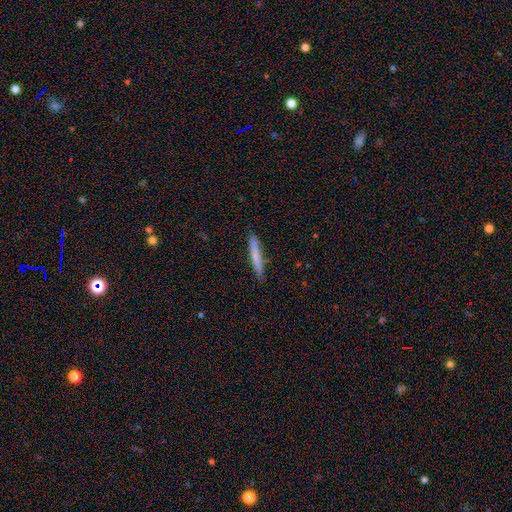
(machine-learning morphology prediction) The model was most divided on "smooth or featured": smooth: 72%, featured or disk: 22%, star or artifact: 6%. More confident: how rounded — cigar-shaped (95%); merging — none (87%).